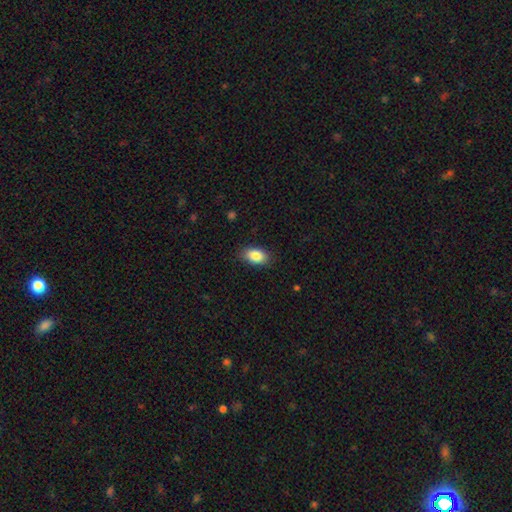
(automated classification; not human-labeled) A smooth galaxy with no disk features (86%) that is in between round and cigar-shaped (90%). Merging: none (85%).